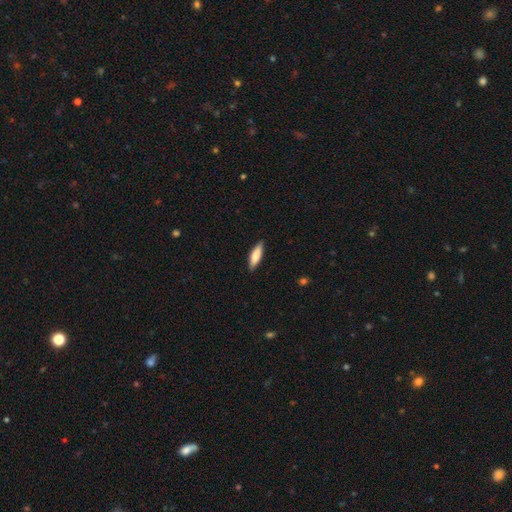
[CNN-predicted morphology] A smooth galaxy with no disk features (79%) that is cigar-shaped (61%).

Vote fractions:
- Smooth or featured? smooth: 79% / featured or disk: 16% / star or artifact: 6%
- How rounded? cigar-shaped: 61% / in between: 38% / round: 2%
- Merging? none: 87% / minor disturbance: 10% / major disturbance: 2% / merger: 1%